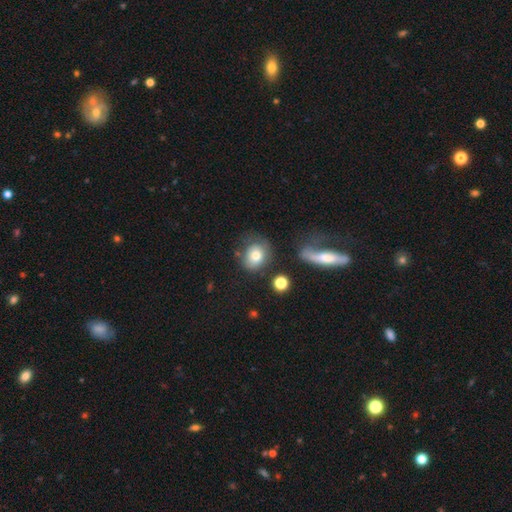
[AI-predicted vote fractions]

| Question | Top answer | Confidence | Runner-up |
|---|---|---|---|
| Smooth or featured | smooth | 73% | featured or disk (18%) |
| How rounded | round | 62% | in between (37%) |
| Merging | none | 53% | minor disturbance (22%) |